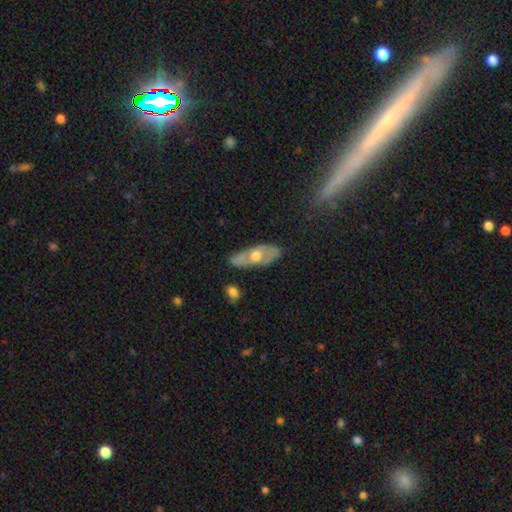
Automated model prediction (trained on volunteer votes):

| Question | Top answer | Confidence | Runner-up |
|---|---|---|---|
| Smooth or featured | featured or disk | 58% | smooth (35%) |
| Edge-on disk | no | 73% | yes (27%) |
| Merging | none | 79% | minor disturbance (15%) |